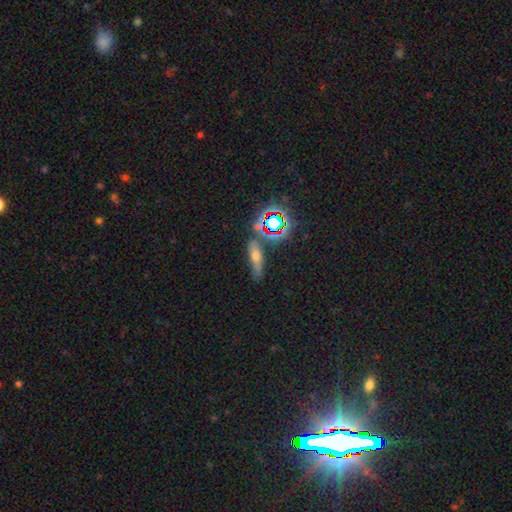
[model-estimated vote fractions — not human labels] A smooth galaxy with no disk features (44%). Merging: none (70%).